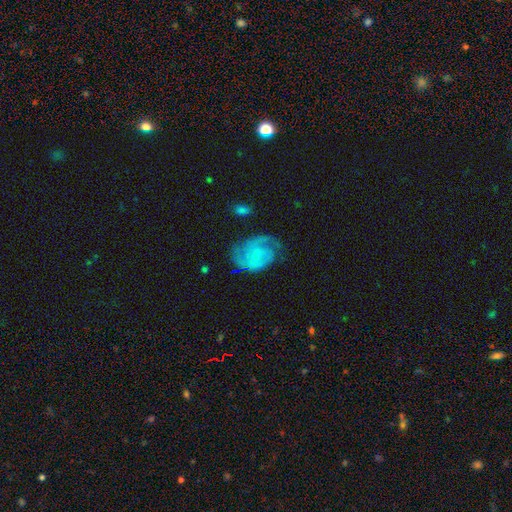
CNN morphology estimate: This is likely a featured or disk galaxy (69%). It is clearly not viewed edge-on (98%). Bar: likely no (69%). Spiral arm pattern: clearly yes (90%). Spiral arm count: possibly 2 (50%). Spiral winding: marginally medium (42%). Central bulge: possibly none (50%). Merging: possibly none (57%).